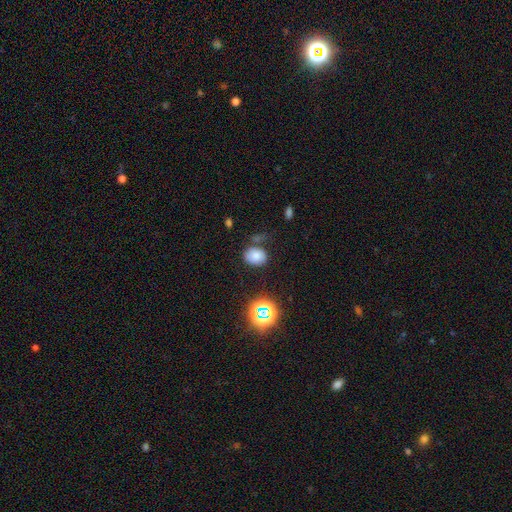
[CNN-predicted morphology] Smooth or featured? smooth (74%)
How rounded? in between (57%)
Merging? none (69%)